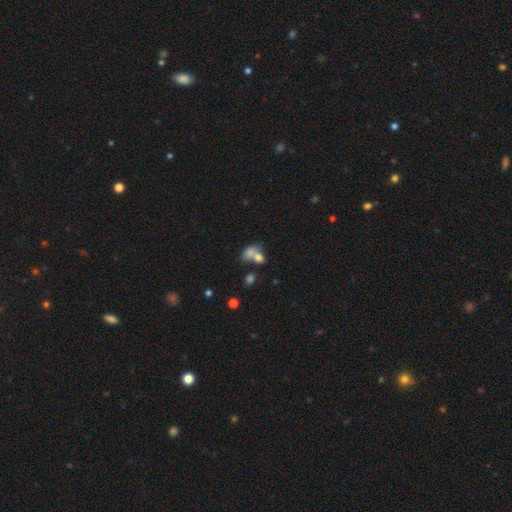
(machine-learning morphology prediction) Smooth or featured: smooth — 72% (featured or disk — 16%)
How rounded: in between — 70% (round — 28%)
Merging: merger — 58% (none — 26%)